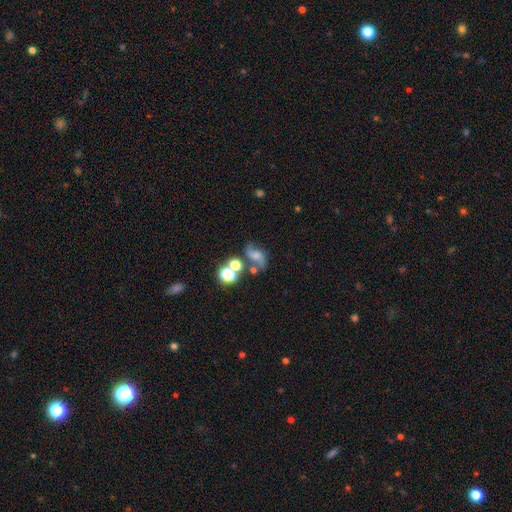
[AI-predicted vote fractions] Q: Smooth or featured?
A: featured or disk (59%); runner-up: smooth (25%)
Q: Edge-on disk?
A: no (97%); runner-up: yes (3%)
Q: Bar?
A: no (56%); runner-up: weak (33%)
Q: Spiral arms?
A: yes (89%); runner-up: no (11%)
Q: Spiral winding?
A: loose (73%); runner-up: medium (22%)
Q: Spiral arm count?
A: 2 (90%); runner-up: 1 (4%)
Q: Bulge size?
A: moderate (30%); tied with: small (30%)
Q: Merging?
A: none (52%); runner-up: merger (19%)